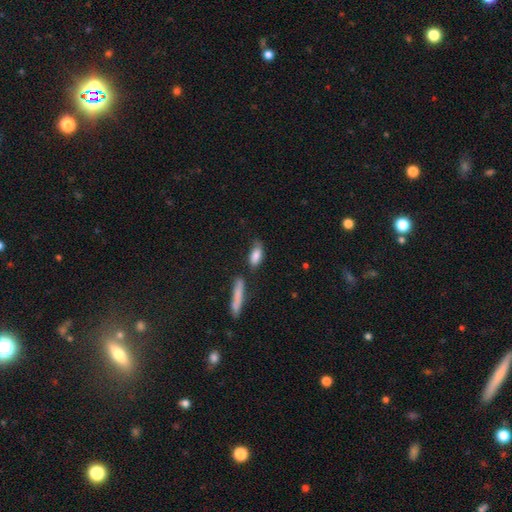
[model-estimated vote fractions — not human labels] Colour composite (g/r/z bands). It shows a smooth galaxy with no disk features (83%) that is in between round and cigar-shaped (78%). Merging: none (59%).